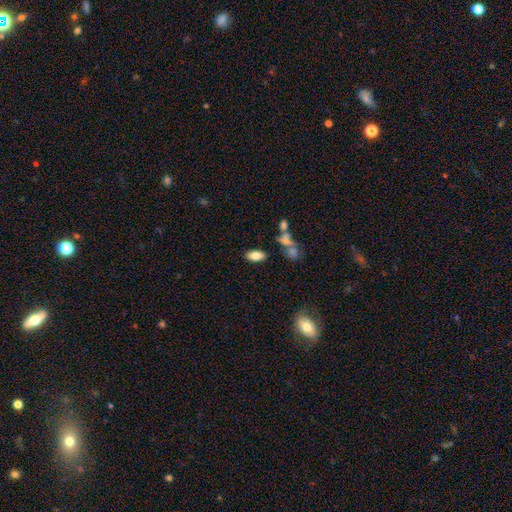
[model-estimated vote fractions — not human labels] Smooth or featured? smooth (81%)
How rounded? in between (90%)
Merging? none (80%)